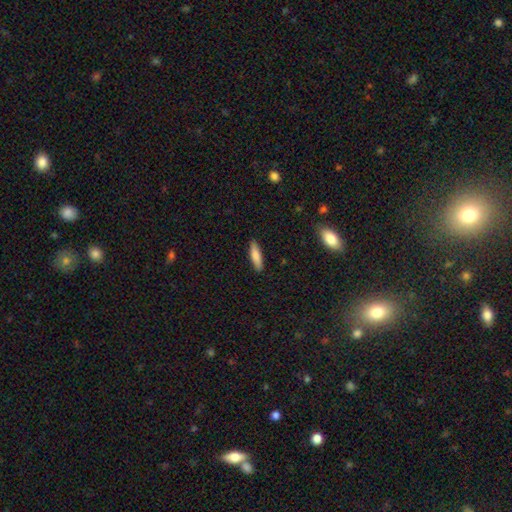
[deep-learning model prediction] A smooth galaxy with no disk features (81%) that is cigar-shaped (67%). Merging: none (88%).